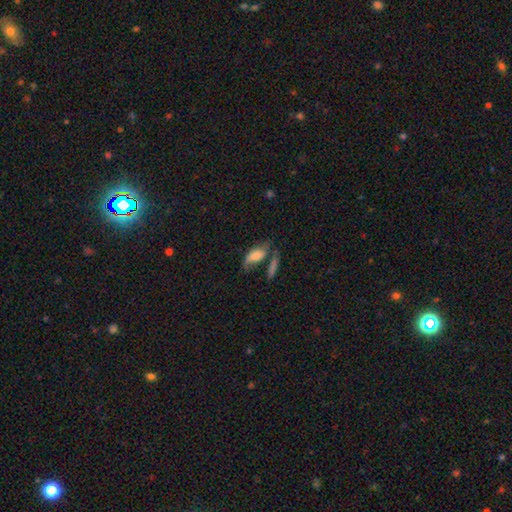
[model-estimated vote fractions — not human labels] The model was most divided on "merging": none: 42%, minor disturbance: 24%, merger: 17%, major disturbance: 17%. More confident: how rounded — in between (82%); smooth or featured — smooth (57%).